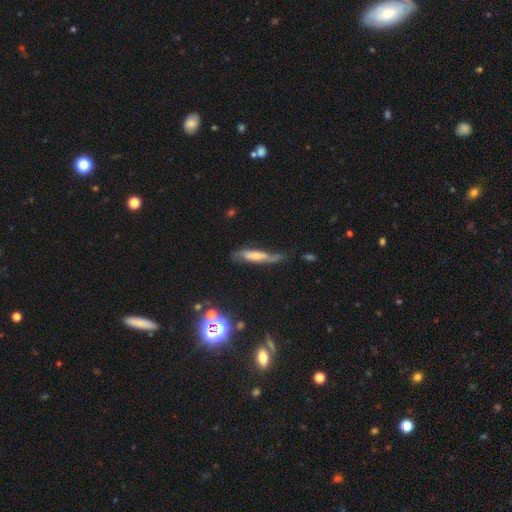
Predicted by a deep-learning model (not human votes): A featured or disk galaxy (50%) viewed edge-on (57%). Merging: none (48%).